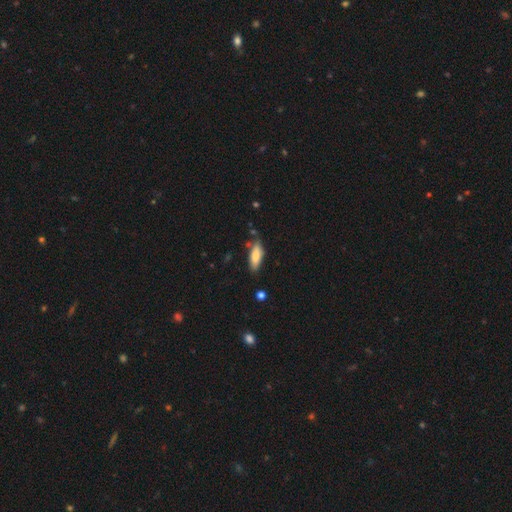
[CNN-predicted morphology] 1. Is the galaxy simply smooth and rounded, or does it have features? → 77% smooth, 16% featured or disk, 6% star or artifact.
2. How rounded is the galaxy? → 62% in between, 36% cigar-shaped, 2% round.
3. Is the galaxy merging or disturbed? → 75% none, 18% minor disturbance, 4% merger, 3% major disturbance.